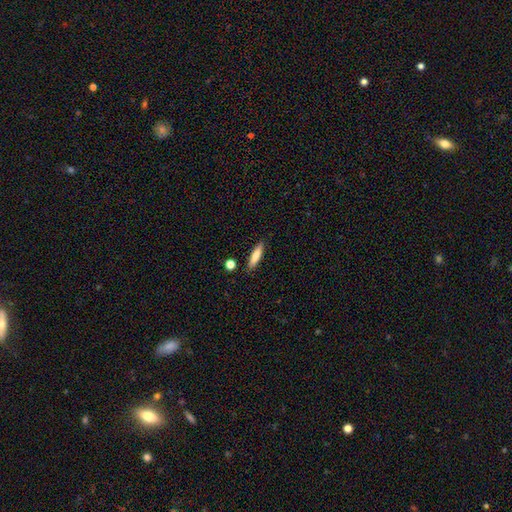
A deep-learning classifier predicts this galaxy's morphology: smooth_or_featured: smooth (p=0.79) [alt: featured or disk p=0.15]
how_rounded: cigar-shaped (p=0.77) [alt: in between p=0.22]
merging: none (p=0.87) [alt: minor disturbance p=0.08]